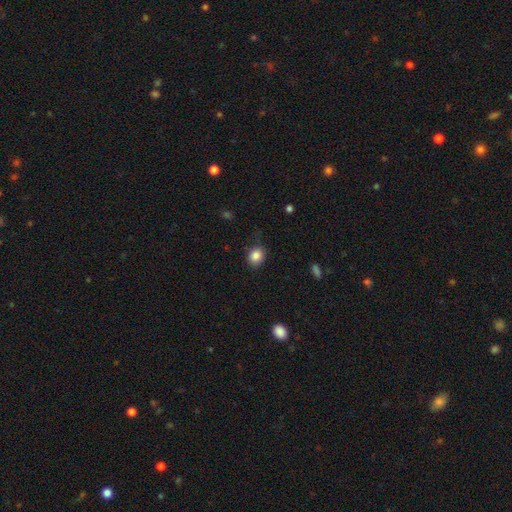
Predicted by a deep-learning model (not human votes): Smooth or featured?
  - smooth: 85% *
  - star or artifact: 10%
  - featured or disk: 5%
How rounded?
  - round: 61% *
  - in between: 38%
  - cigar-shaped: 1%
Merging?
  - none: 76% *
  - minor disturbance: 18%
  - major disturbance: 4%
  - merger: 1%